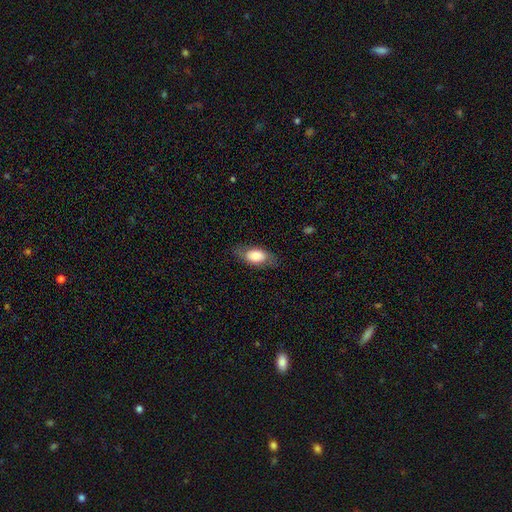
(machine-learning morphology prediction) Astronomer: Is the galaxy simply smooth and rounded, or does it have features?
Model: smooth — 70%.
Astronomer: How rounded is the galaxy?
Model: in between — 86%.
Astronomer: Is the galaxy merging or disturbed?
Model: none — 77%.